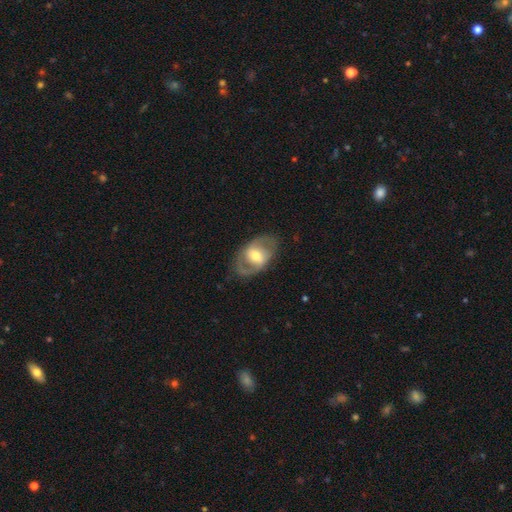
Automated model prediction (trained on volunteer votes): Smooth or featured: featured or disk — 68% (smooth — 27%)
Edge-on disk: no — 93% (yes — 7%)
Bar: weak — 43% (no — 30%)
Spiral arms: yes — 64% (no — 36%)
Bulge size: moderate — 64% (small — 21%)
Merging: none — 77% (minor disturbance — 14%)